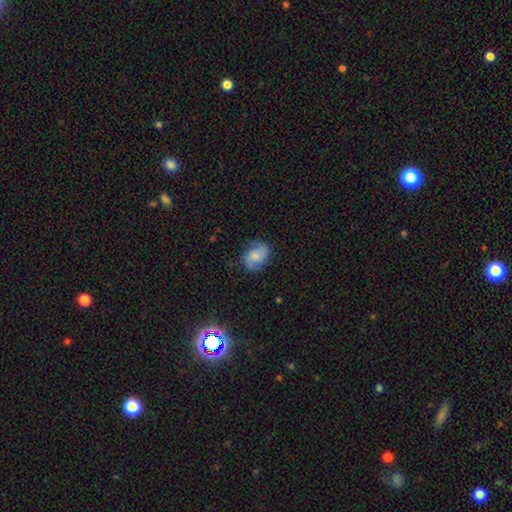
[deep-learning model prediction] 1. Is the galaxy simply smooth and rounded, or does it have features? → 53% featured or disk, 39% smooth, 8% star or artifact.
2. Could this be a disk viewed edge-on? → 97% no, 3% yes.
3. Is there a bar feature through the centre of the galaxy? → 59% no, 35% weak, 7% strong.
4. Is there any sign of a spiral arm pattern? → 90% yes, 10% no.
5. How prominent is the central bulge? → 45% small, 40% moderate, 9% none, 5% large, 1% dominant.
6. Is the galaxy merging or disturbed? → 76% none, 17% minor disturbance, 5% major disturbance, 1% merger.